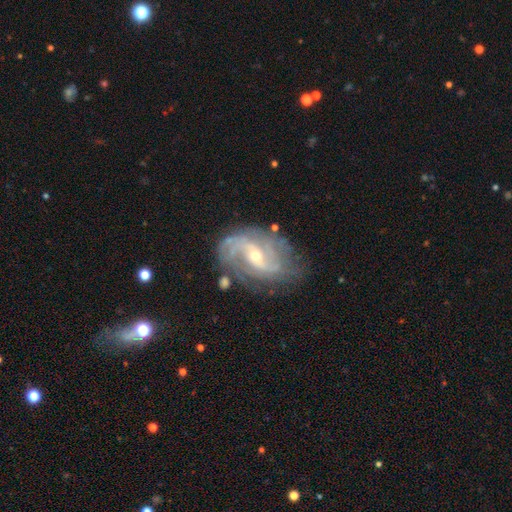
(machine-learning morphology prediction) A featured or disk galaxy (88%) with a weak bar (45%), 2 (54%) medium (43%) spiral arms (95%) and a small central bulge (58%).

Vote fractions:
- Smooth or featured? featured or disk: 88% / star or artifact: 6% / smooth: 6%
- Edge-on disk? no: 96% / yes: 4%
- Bar? weak: 45% / no: 35% / strong: 20%
- Spiral arms? yes: 95% / no: 5%
- Spiral winding? medium: 43% / tight: 31% / loose: 25%
- Spiral arm count? 2: 54% / can't tell: 19% / 3: 14% / 4: 5% / 1: 4% / more than 4: 4%
- Bulge size? small: 58% / moderate: 40% / large: 1% / none: 1% / dominant: 1%
- Merging? none: 64% / minor disturbance: 22% / major disturbance: 11% / merger: 3%